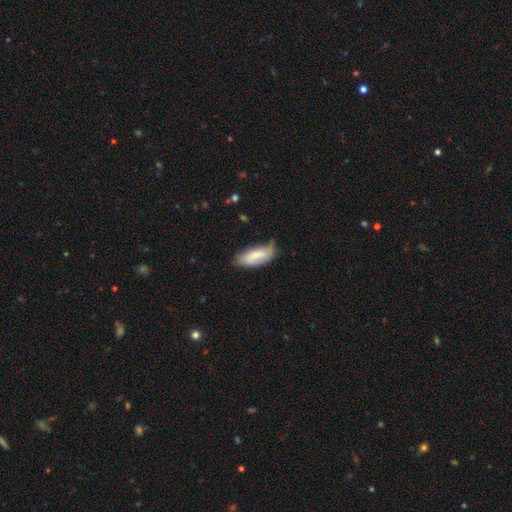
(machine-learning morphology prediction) Overall: smooth (75%). How rounded: in between (81%). Merging: none (57%; minor disturbance 34%).